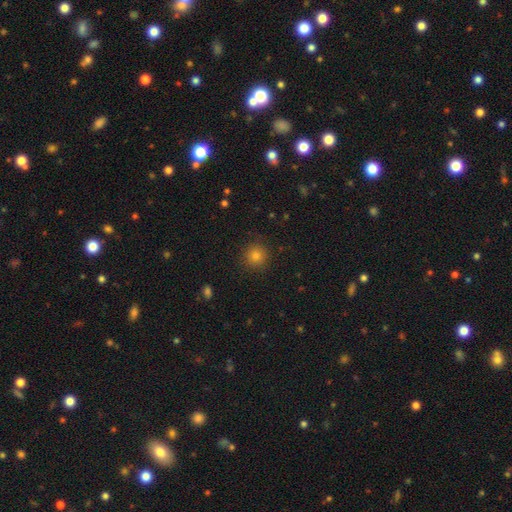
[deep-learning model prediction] A smooth galaxy with no disk features (80%) that is round (93%). Merging: none (89%).